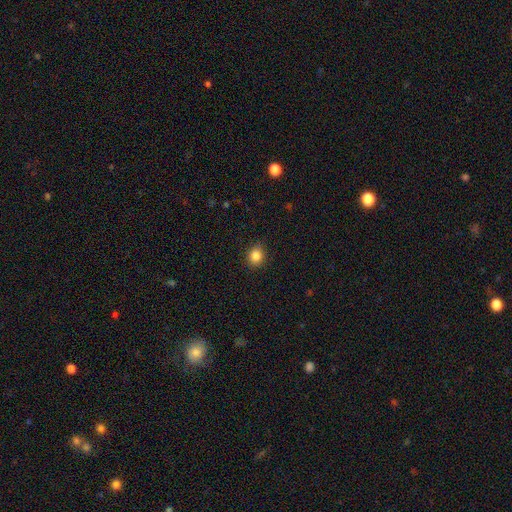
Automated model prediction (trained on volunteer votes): This appears to be a smooth galaxy with no disk features (85%) that is round (70%). Merging: none (88%).